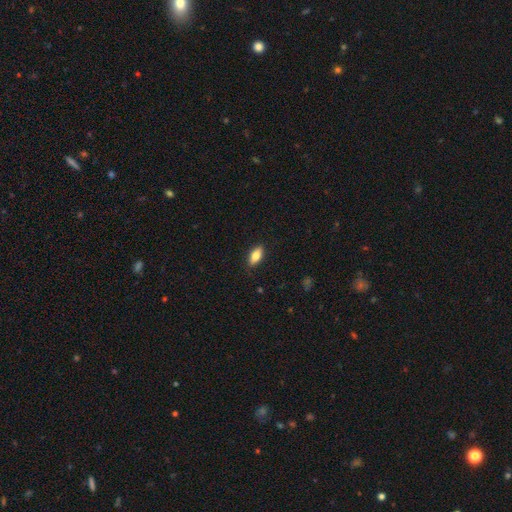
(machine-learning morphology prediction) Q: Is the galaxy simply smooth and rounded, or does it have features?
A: smooth — 76%.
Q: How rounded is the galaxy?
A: in between — 83%.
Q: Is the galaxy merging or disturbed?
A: none — 88%.